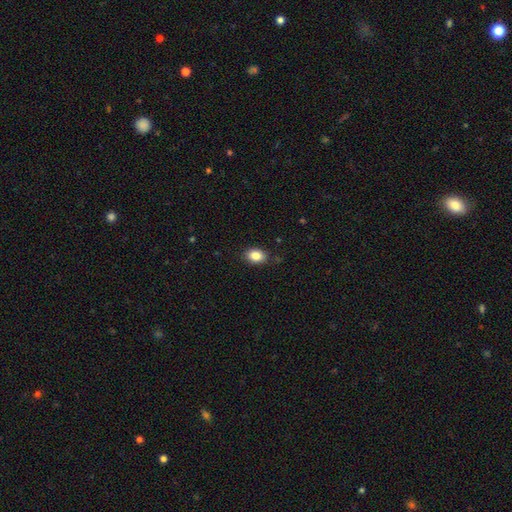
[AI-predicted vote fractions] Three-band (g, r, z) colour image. It shows a smooth galaxy with no disk features (85%) that is in between round and cigar-shaped (79%). Merging: none (87%).